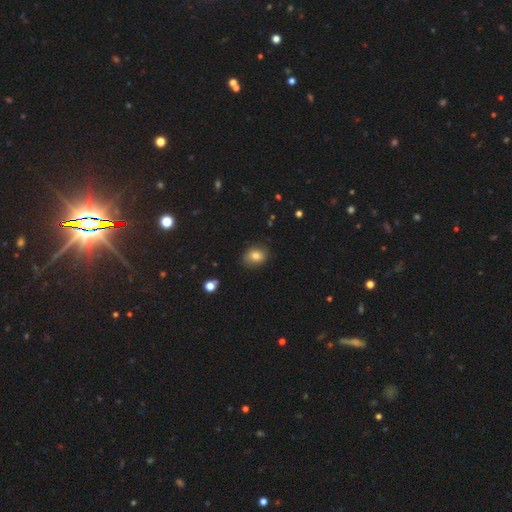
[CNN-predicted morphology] This is clearly a smooth galaxy (81%). How rounded: possibly in between (56%). Merging: clearly none (81%).